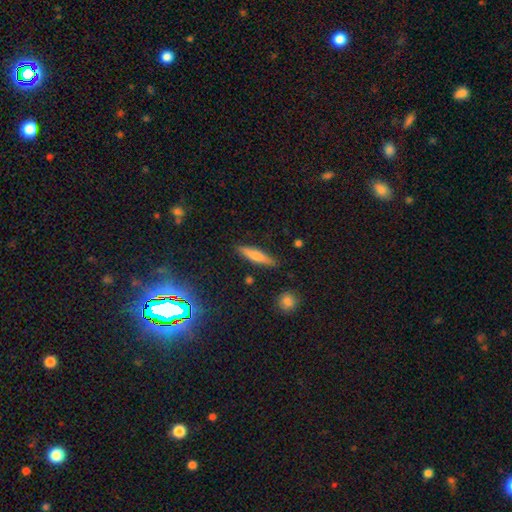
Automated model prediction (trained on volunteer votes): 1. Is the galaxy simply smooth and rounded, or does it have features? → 64% smooth, 29% featured or disk, 8% star or artifact.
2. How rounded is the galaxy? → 81% cigar-shaped, 17% in between, 2% round.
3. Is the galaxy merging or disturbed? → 86% none, 10% minor disturbance, 2% major disturbance, 2% merger.